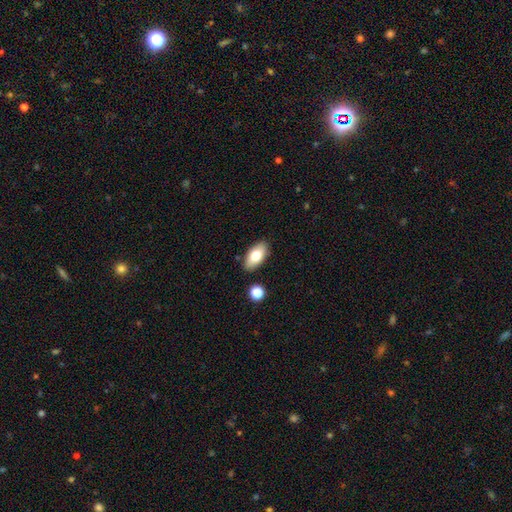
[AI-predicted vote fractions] Overall: smooth (77%). How rounded: in between (92%). Merging: none (85%).